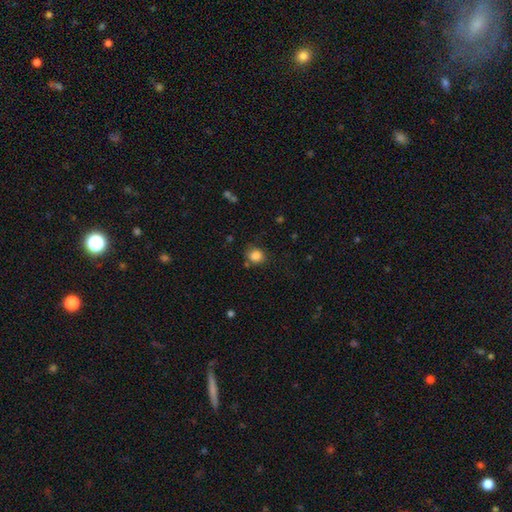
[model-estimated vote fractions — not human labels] A smooth galaxy with no disk features (85%) that is round (77%).

Vote fractions:
- Smooth or featured? smooth: 85% / star or artifact: 11% / featured or disk: 5%
- How rounded? round: 77% / in between: 22% / cigar-shaped: 1%
- Merging? none: 73% / minor disturbance: 17% / major disturbance: 5% / merger: 5%